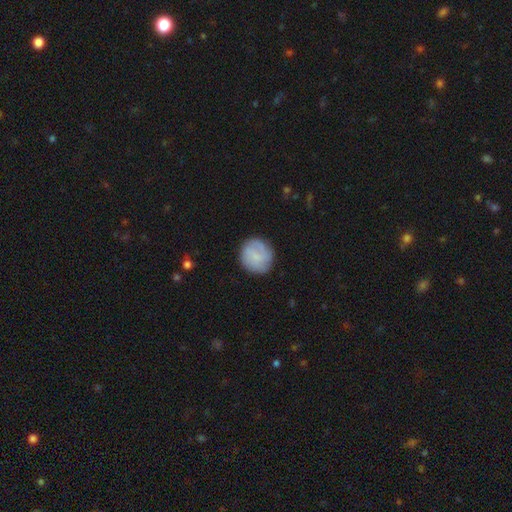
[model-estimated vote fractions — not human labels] smooth_or_featured: smooth (p=0.66) [alt: featured or disk p=0.27]
how_rounded: round (p=0.86) [alt: in between p=0.13]
merging: none (p=0.79) [alt: minor disturbance p=0.14]